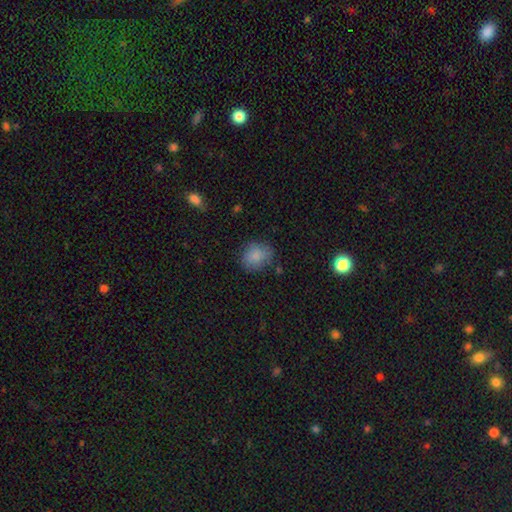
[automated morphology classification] A smooth galaxy with no disk features (84%) that is round (61%).

Vote fractions:
- Smooth or featured? smooth: 84% / star or artifact: 9% / featured or disk: 7%
- How rounded? round: 61% / in between: 38% / cigar-shaped: 1%
- Merging? none: 75% / minor disturbance: 18% / major disturbance: 5% / merger: 2%